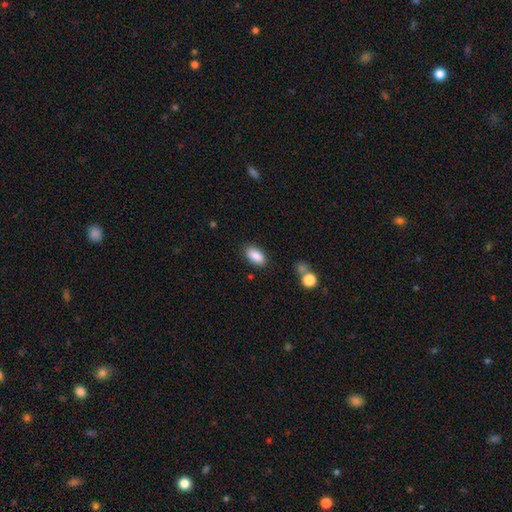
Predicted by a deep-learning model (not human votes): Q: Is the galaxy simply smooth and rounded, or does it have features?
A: smooth — 88%.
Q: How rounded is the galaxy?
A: in between — 92%.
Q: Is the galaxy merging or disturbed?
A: none — 83%.